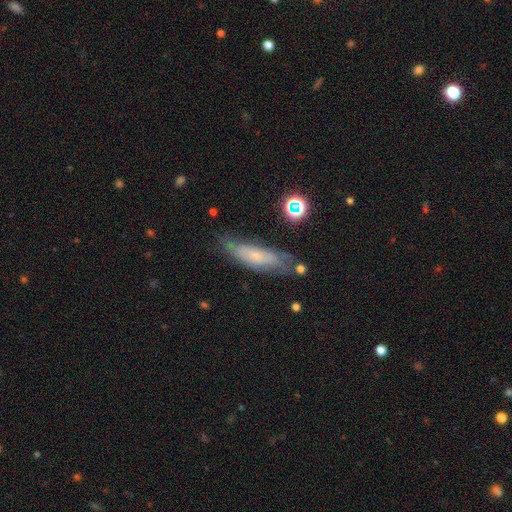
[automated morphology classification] Smooth or featured: smooth — 50% (featured or disk — 39%)
How rounded: cigar-shaped — 56% (in between — 42%)
Merging: none — 61% (minor disturbance — 25%)